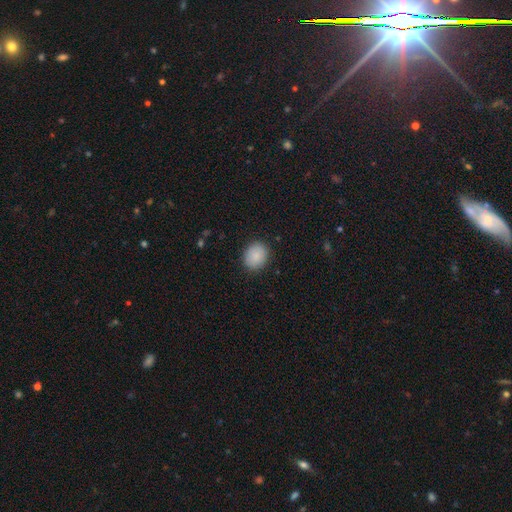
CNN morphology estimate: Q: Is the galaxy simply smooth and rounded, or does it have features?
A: smooth — 87%.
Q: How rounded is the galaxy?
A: round — 64%.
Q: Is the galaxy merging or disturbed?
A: none — 88%.